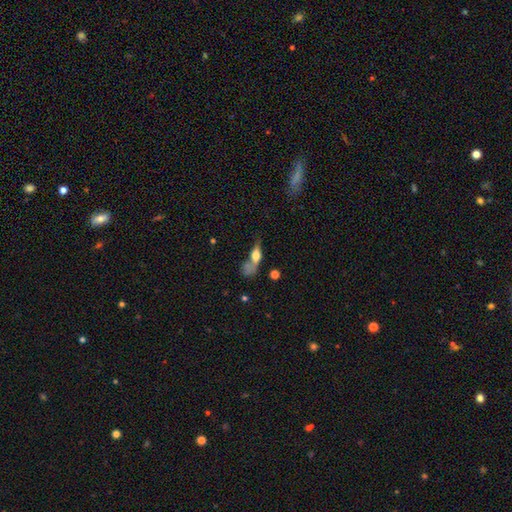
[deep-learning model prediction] Smooth or featured? Predicted: smooth (p=0.52). How rounded? Predicted: in between (p=0.49). Merging? Predicted: major disturbance (p=0.29).